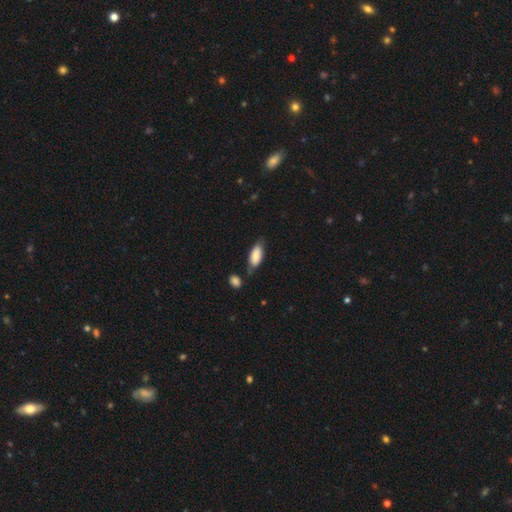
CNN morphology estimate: smooth_or_featured: smooth (p=0.83) [alt: featured or disk p=0.11]
how_rounded: in between (p=0.84) [alt: cigar-shaped p=0.14]
merging: none (p=0.62) [alt: minor disturbance p=0.21]